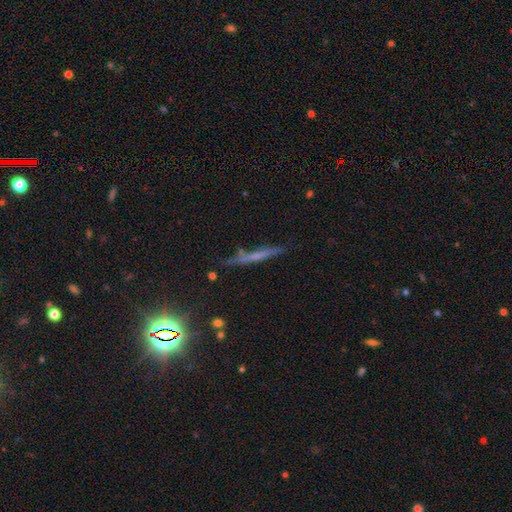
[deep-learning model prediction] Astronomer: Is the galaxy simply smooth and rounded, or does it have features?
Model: featured or disk — 43% (runner-up: smooth, 37%).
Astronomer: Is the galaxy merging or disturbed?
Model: none — 76%.